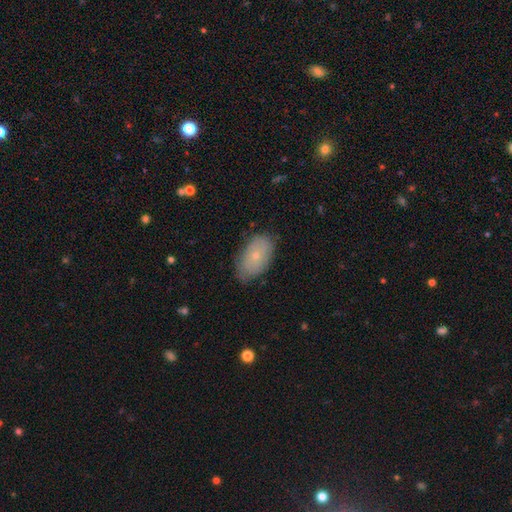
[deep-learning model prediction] Smooth or featured? smooth (62%)
How rounded? in between (92%)
Merging? none (76%)